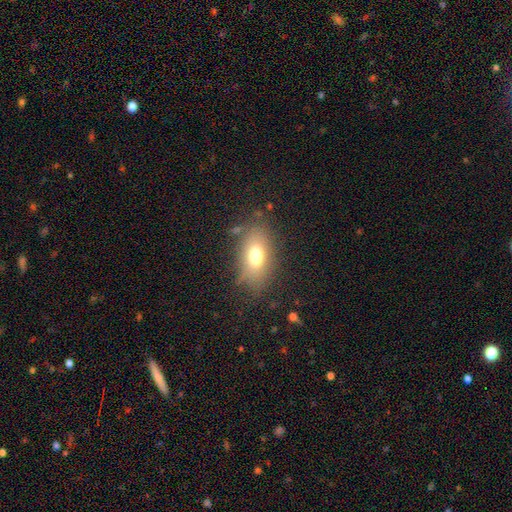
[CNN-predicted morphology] Smooth or featured? Predicted: smooth (p=0.72). How rounded? Predicted: in between (p=0.87). Merging? Predicted: none (p=0.74).